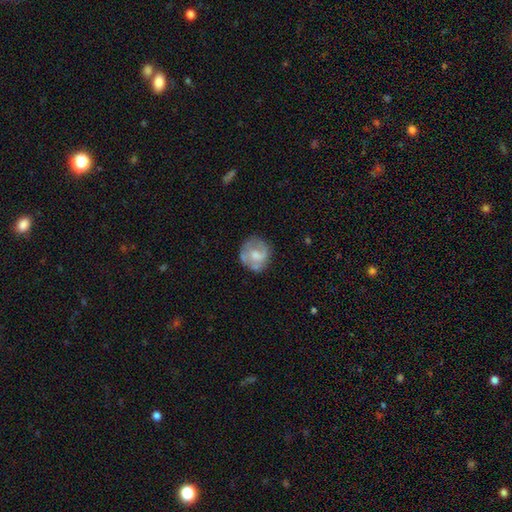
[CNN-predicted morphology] Overall: featured or disk (53%; smooth 40%). Edge-on disk: no (98%). Bar: no (60%; weak 33%). Spiral arms: yes (62%; no 38%). Bulge size: moderate (50%; small 28%). Merging: none (65%).